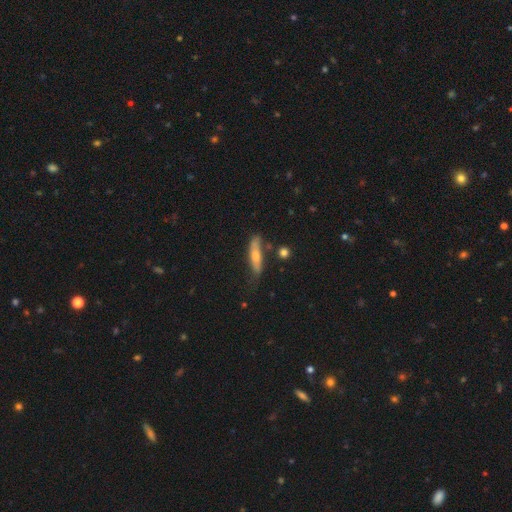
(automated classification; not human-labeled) The model was most divided on "smooth or featured": smooth: 61%, featured or disk: 33%, star or artifact: 6%. More confident: how rounded — cigar-shaped (74%); merging — none (59%).